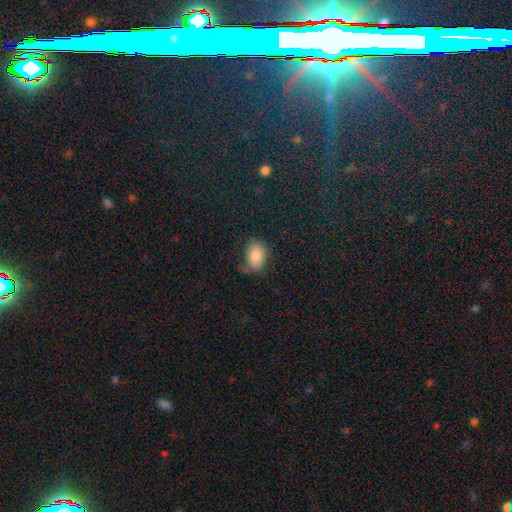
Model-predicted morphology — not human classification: A smooth galaxy with no disk features (82%) that is in between round and cigar-shaped (79%). Merging: none (52%).